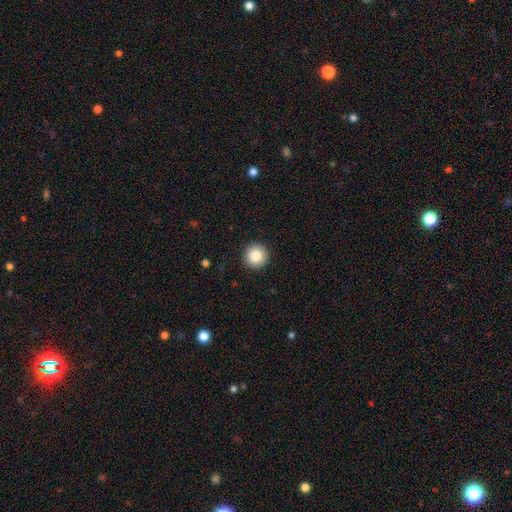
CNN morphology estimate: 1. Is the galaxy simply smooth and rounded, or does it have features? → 86% smooth, 9% star or artifact, 5% featured or disk.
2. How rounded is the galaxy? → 96% round, 3% in between, 1% cigar-shaped.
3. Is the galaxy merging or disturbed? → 92% none, 5% minor disturbance, 2% major disturbance, 1% merger.